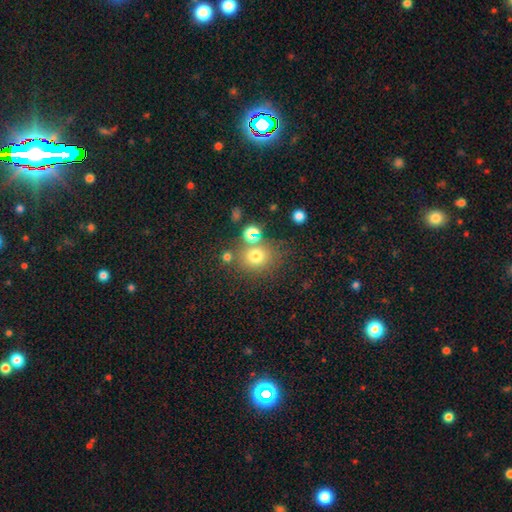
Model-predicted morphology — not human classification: smooth 71%, star or artifact 19%, featured or disk 10%. Down the decision tree: how rounded — round (77%); merging — none (68%).